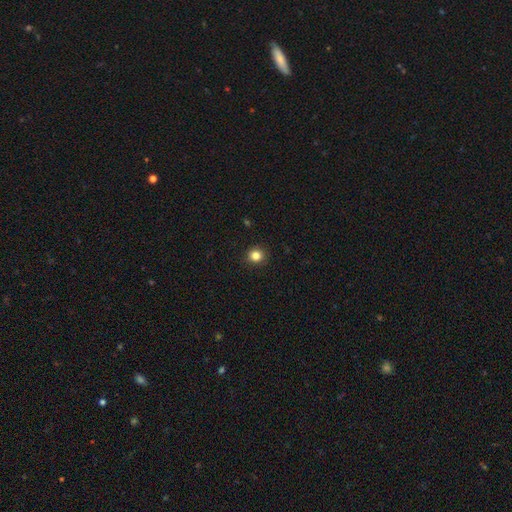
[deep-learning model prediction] Smooth or featured? smooth (83%)
How rounded? round (90%)
Merging? none (91%)